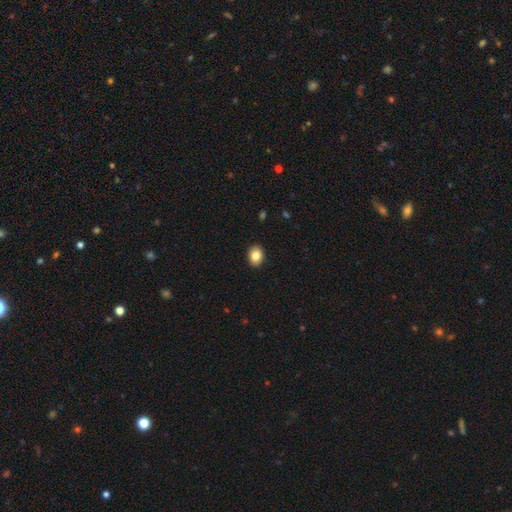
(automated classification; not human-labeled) Smooth or featured: smooth — 84% (star or artifact — 8%)
How rounded: in between — 64% (round — 35%)
Merging: none — 91% (minor disturbance — 6%)